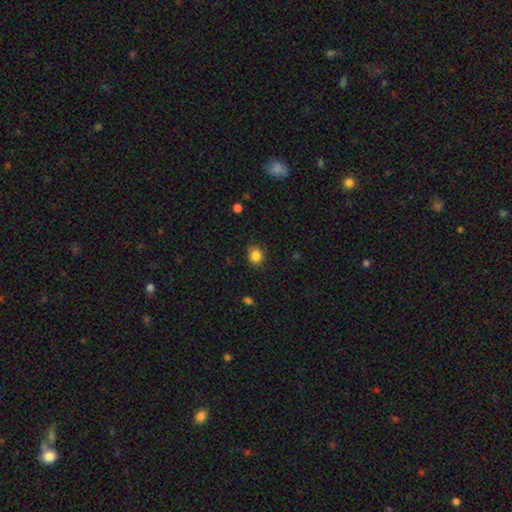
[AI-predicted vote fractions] This appears to be a smooth galaxy with no disk features (86%) that is round (73%). Merging: none (85%).